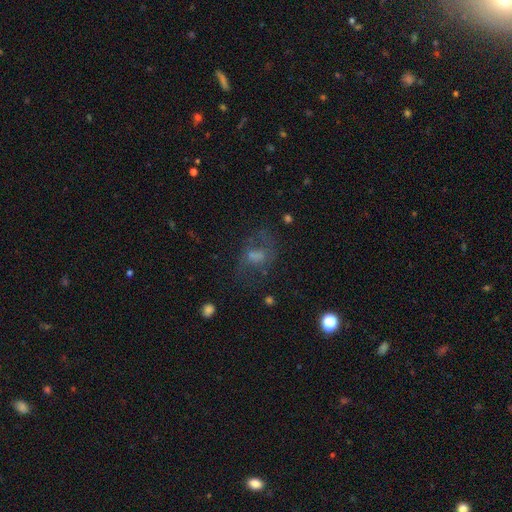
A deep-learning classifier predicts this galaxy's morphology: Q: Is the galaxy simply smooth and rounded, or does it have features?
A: smooth — 42%.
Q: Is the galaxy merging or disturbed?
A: none — 47%.